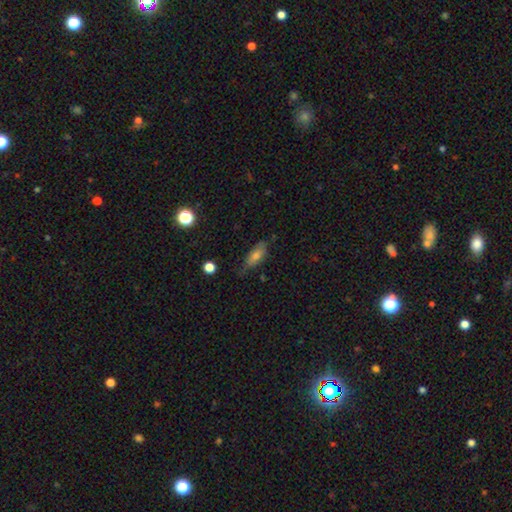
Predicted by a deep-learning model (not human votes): Overall: smooth (63%; featured or disk 27%). How rounded: in between (68%; cigar-shaped 28%). Merging: none (63%; minor disturbance 28%).